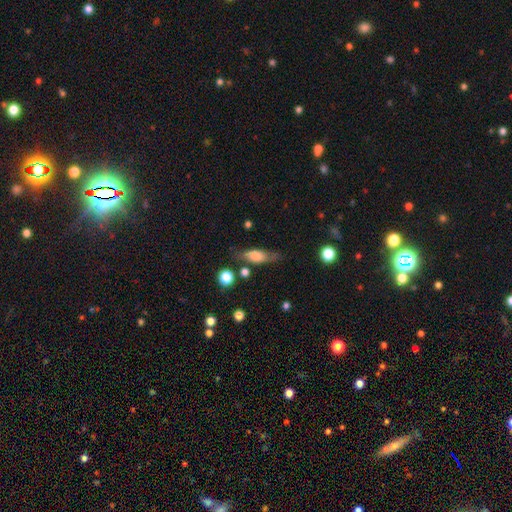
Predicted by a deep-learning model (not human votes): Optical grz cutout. It shows a smooth galaxy with no disk features (61%) that is in between round and cigar-shaped (56%). Merging: none (69%).